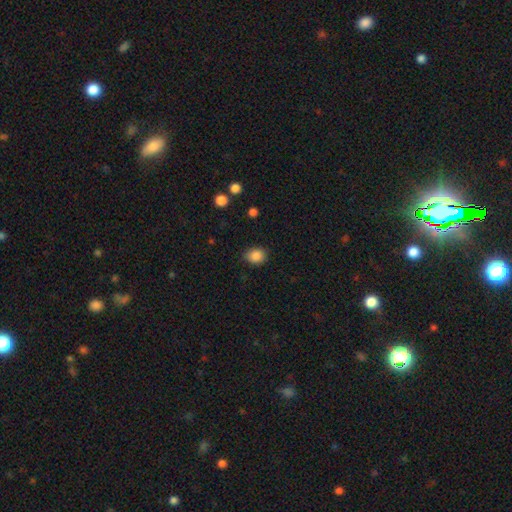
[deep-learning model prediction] smooth-or-featured: smooth: 87% | star or artifact: 9% | featured or disk: 4%
  how-rounded: round: 55% | in between: 44% | cigar-shaped: 1%
  merging: none: 83% | minor disturbance: 13% | major disturbance: 3% | merger: 1%